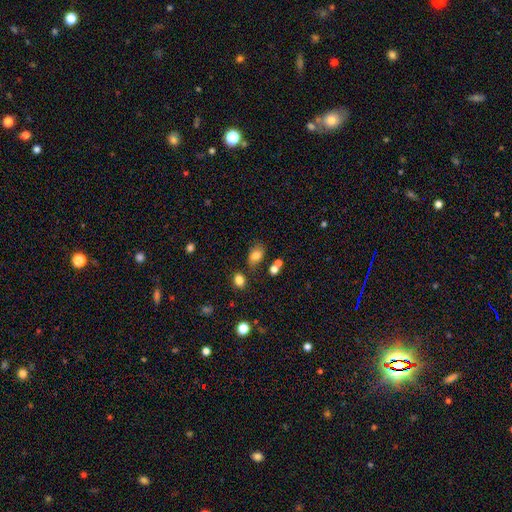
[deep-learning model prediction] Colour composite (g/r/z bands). It shows a smooth galaxy with no disk features (80%) that is in between round and cigar-shaped (80%). Merging: none (67%).